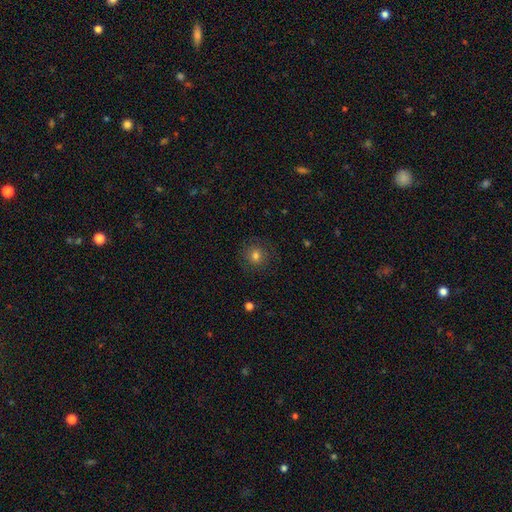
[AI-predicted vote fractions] Smooth or featured? smooth (74%)
How rounded? round (90%)
Merging? none (84%)